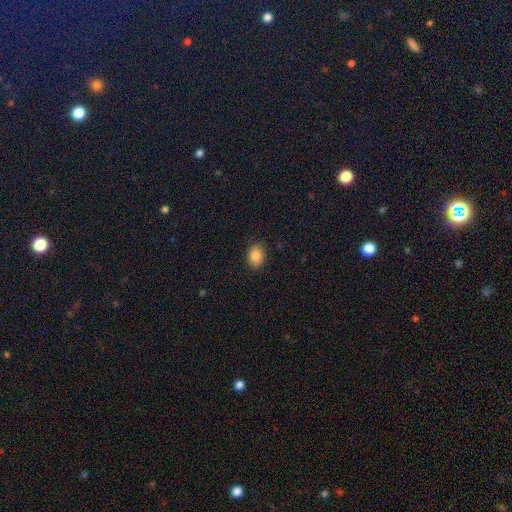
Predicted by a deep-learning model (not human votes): Morphology: type=smooth (87%); roundness=in between (68%); merging=none (88%).